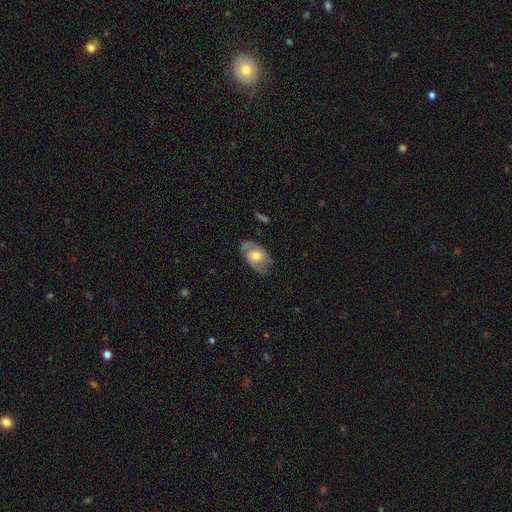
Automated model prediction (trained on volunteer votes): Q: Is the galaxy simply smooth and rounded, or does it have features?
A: featured or disk — 54%.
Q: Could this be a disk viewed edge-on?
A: no — 92%.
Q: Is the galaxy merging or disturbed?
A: none — 69%.